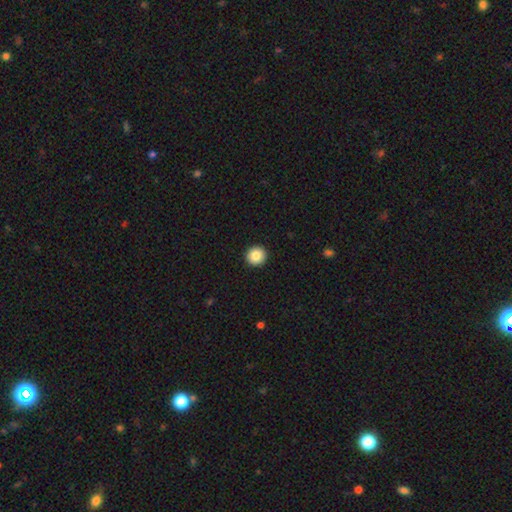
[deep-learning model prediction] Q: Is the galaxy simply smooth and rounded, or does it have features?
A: smooth — 86%.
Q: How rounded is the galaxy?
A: round — 95%.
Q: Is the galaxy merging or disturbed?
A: none — 94%.